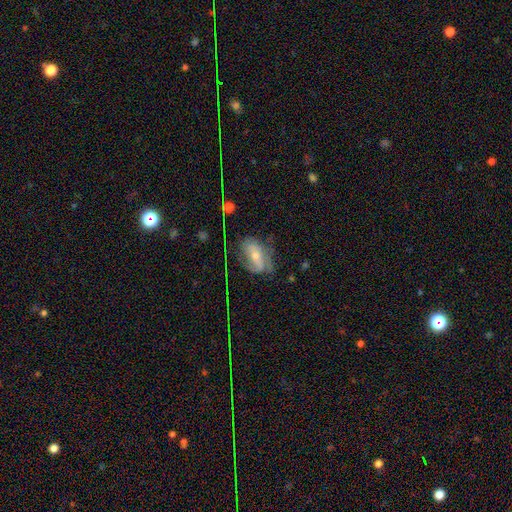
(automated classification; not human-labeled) A featured or disk galaxy (65%) with a weak bar (37%), spiral arms (78%) and a small central bulge (51%). Merging: none (51%).